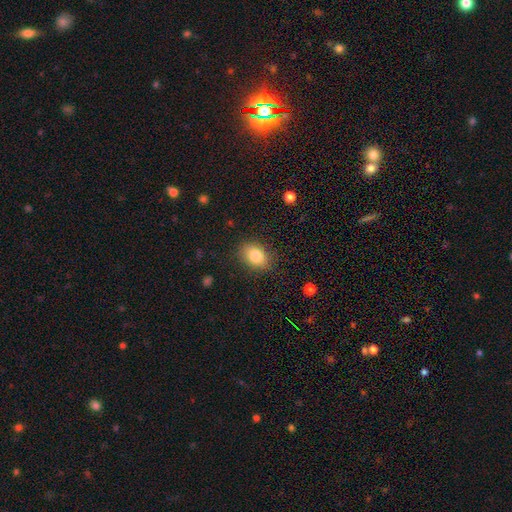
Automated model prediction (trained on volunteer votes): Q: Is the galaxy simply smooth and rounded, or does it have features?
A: smooth — 83%.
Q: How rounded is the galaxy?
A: in between — 72%.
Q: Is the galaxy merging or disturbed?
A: none — 85%.